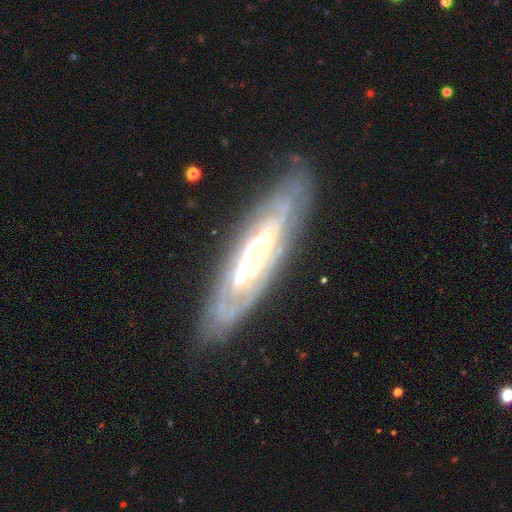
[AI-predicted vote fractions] Morphology: type=featured or disk (79%); edge-on=no (66%); bar=no (56%); spiral arms=yes (78%); bulge=small (40%); merging=none (78%).